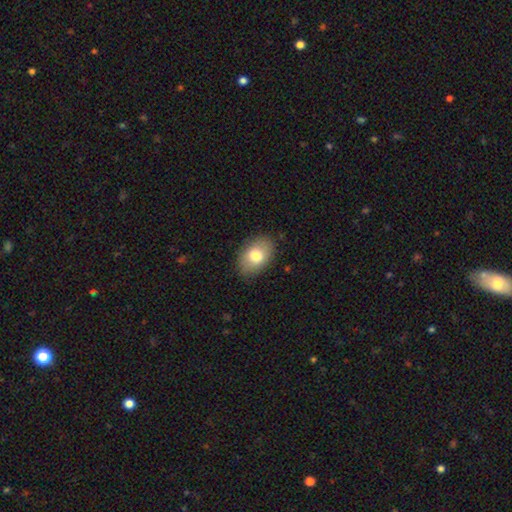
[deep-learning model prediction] smooth_or_featured: smooth (p=0.77) [alt: featured or disk p=0.15]
how_rounded: in between (p=0.86) [alt: round p=0.13]
merging: none (p=0.85) [alt: minor disturbance p=0.11]